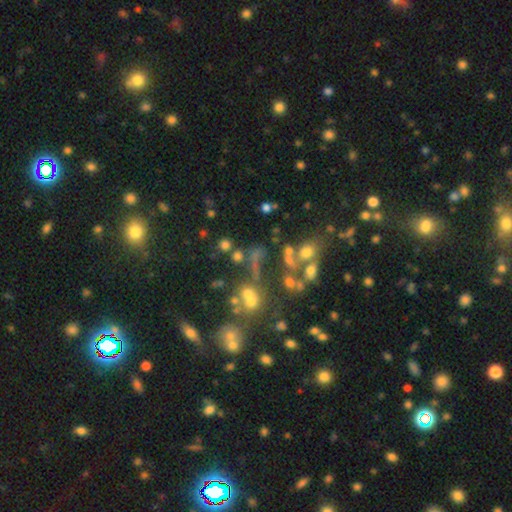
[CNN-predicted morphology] Q: Smooth or featured?
A: smooth (42%); runner-up: star or artifact (34%)
Q: Merging?
A: none (48%); runner-up: merger (26%)